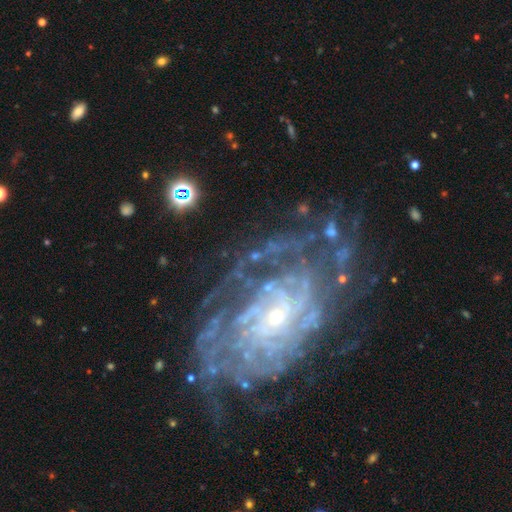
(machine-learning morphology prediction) Smooth or featured?
  - featured or disk: 84% *
  - star or artifact: 10%
  - smooth: 6%
Edge-on disk?
  - no: 96% *
  - yes: 4%
Bar?
  - no: 68% *
  - weak: 22%
  - strong: 10%
Spiral arms?
  - yes: 95% *
  - no: 5%
Spiral winding?
  - tight: 65% *
  - medium: 27%
  - loose: 8%
Spiral arm count?
  - more than 4: 27% *
  - can't tell: 26%
  - 4: 17%
  - 3: 12%
  - 2: 10%
  - 1: 8%
Bulge size?
  - small: 74% *
  - moderate: 20%
  - none: 2%
  - large: 2%
  - dominant: 1%
Merging?
  - none: 67% *
  - minor disturbance: 16%
  - major disturbance: 14%
  - merger: 3%